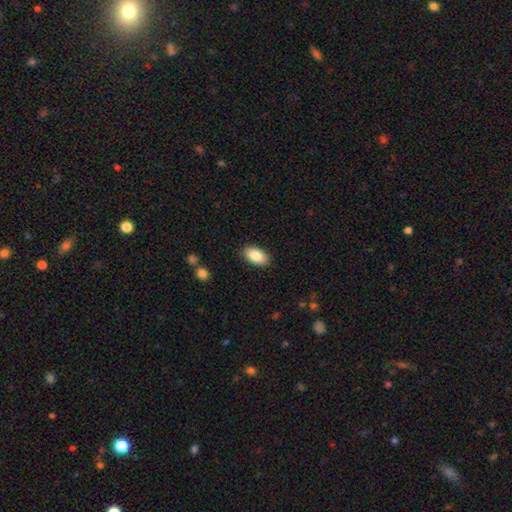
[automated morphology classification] type=smooth (85%); roundness=in between (93%); merging=none (88%).